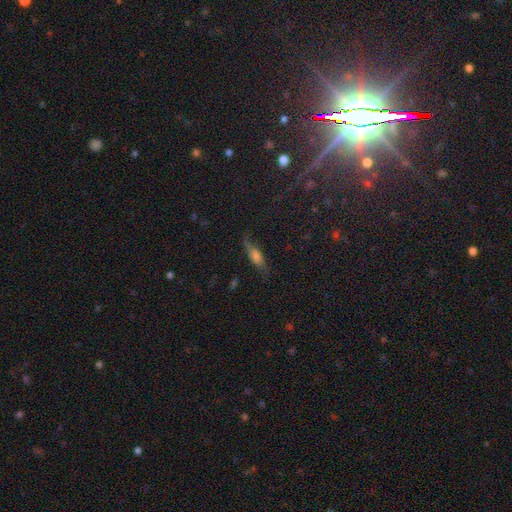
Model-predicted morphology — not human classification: Smooth or featured?
  - smooth: 49% *
  - featured or disk: 38%
  - star or artifact: 13%
Merging?
  - none: 63% *
  - minor disturbance: 25%
  - major disturbance: 10%
  - merger: 2%